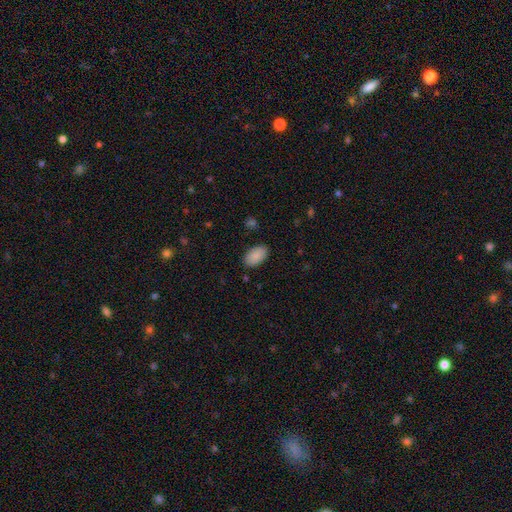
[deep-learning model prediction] Smooth or featured? smooth (89%)
How rounded? in between (95%)
Merging? none (87%)